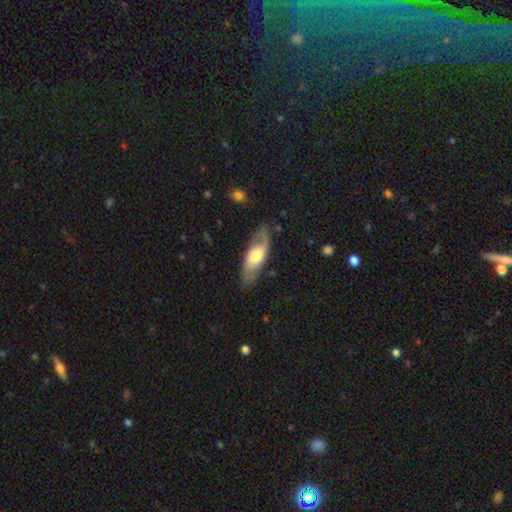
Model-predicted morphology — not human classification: Smooth or featured: featured or disk — 49% (smooth — 45%)
Merging: none — 73% (minor disturbance — 19%)